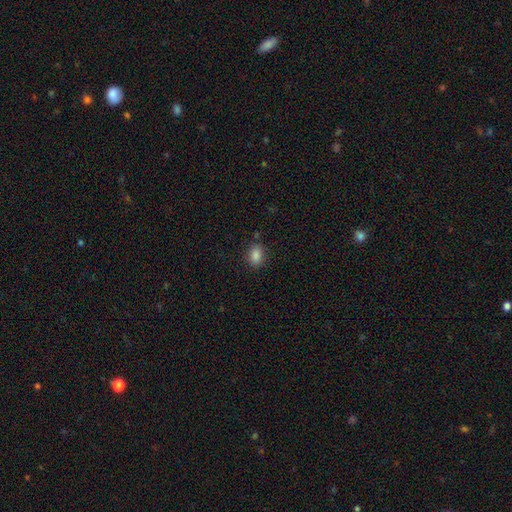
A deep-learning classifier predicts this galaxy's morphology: A smooth galaxy with no disk features (86%) that is in between round and cigar-shaped (77%). Merging: none (83%).